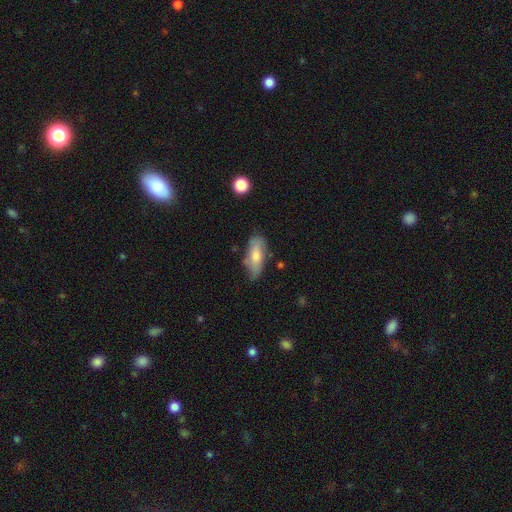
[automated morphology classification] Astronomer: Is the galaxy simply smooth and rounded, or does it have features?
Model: smooth — 69%.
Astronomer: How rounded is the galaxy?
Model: in between — 75%.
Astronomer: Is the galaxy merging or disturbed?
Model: none — 67%.